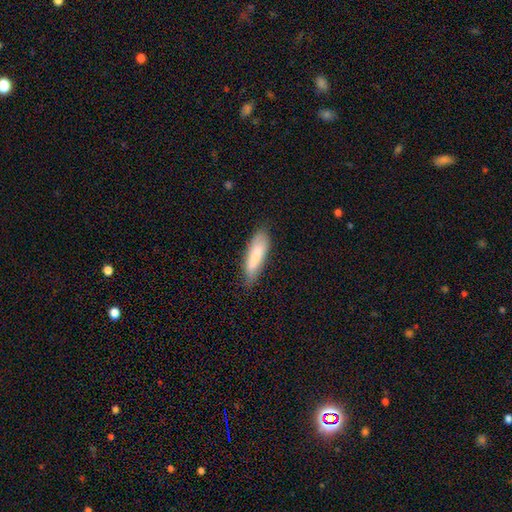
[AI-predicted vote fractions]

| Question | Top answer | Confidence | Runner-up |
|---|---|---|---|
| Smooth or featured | smooth | 78% | featured or disk (16%) |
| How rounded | cigar-shaped | 59% | in between (40%) |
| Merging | none | 74% | minor disturbance (21%) |